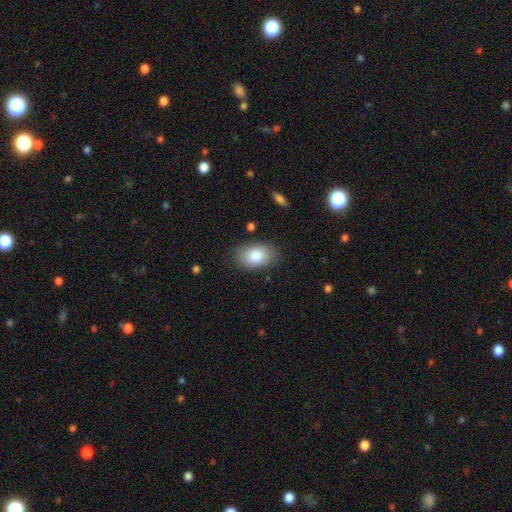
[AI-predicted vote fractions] Morphology: type=smooth (84%); roundness=in between (90%); merging=none (83%).